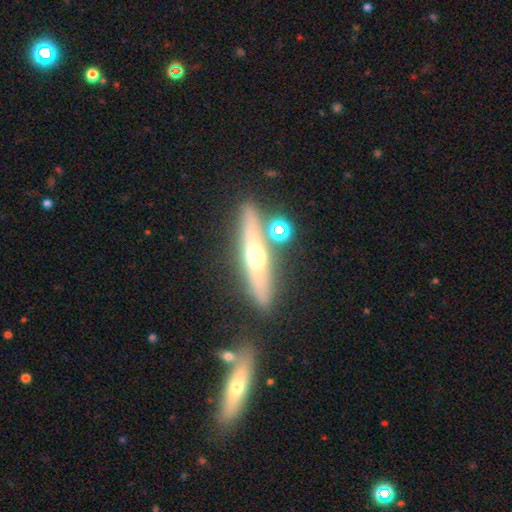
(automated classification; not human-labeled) Smooth or featured: featured or disk — 57% (smooth — 34%)
Edge-on disk: yes — 89% (no — 11%)
Edge-on bulge: rounded — 92% (none — 6%)
Merging: none — 79% (minor disturbance — 9%)